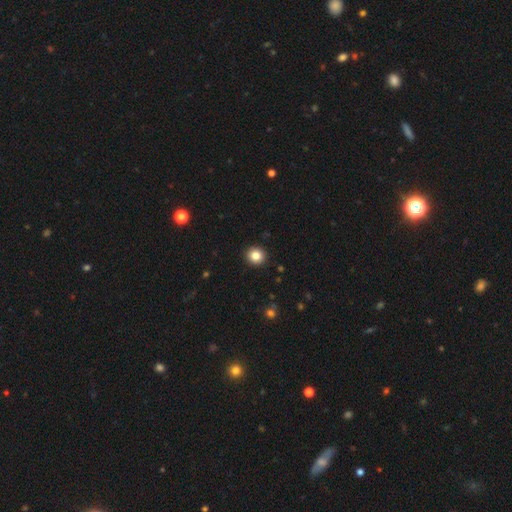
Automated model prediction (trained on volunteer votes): This is clearly a smooth galaxy (84%). How rounded: clearly round (90%). Merging: clearly none (93%).